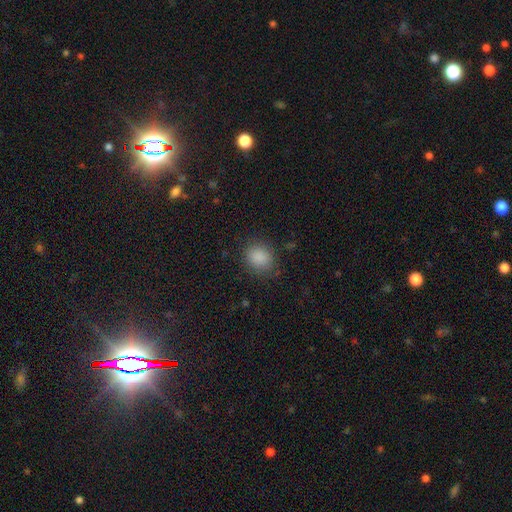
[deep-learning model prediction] This appears to be a smooth galaxy with no disk features (81%) that is round (64%). Merging: none (84%).